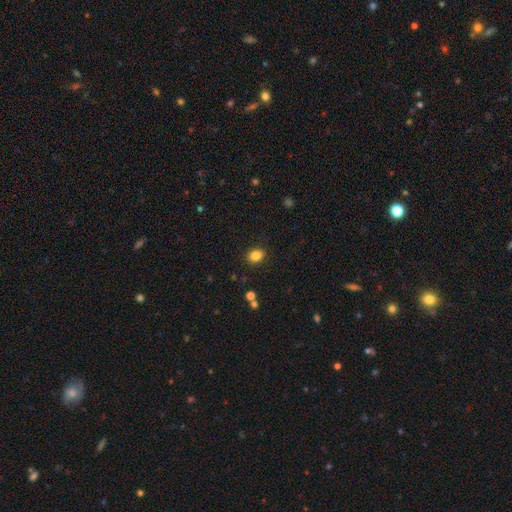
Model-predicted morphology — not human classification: Q: Smooth or featured?
A: smooth (85%); runner-up: star or artifact (10%)
Q: How rounded?
A: in between (63%); runner-up: round (36%)
Q: Merging?
A: none (88%); runner-up: minor disturbance (8%)